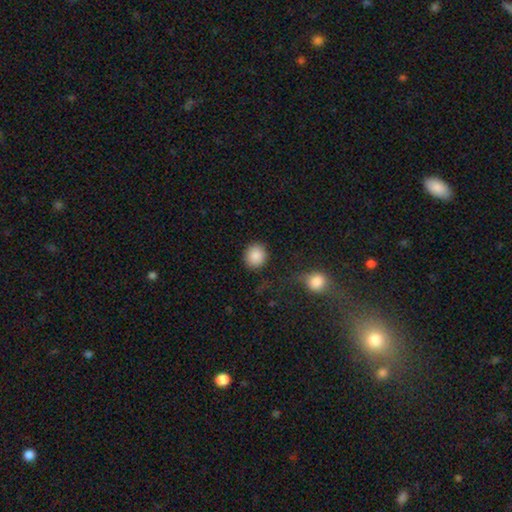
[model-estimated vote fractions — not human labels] Smooth or featured: smooth — 88% (star or artifact — 8%)
How rounded: round — 87% (in between — 12%)
Merging: none — 85% (minor disturbance — 8%)